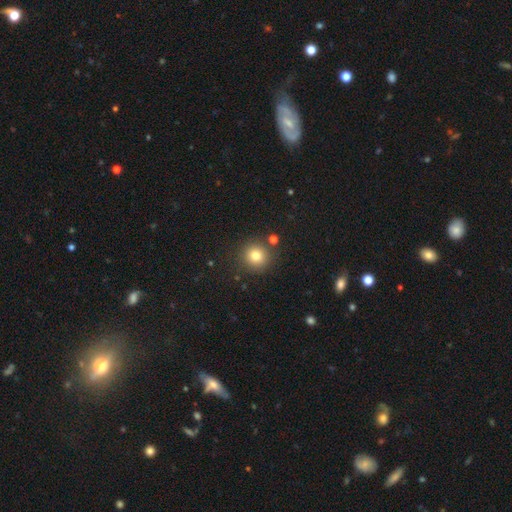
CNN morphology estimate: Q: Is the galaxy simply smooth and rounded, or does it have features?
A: smooth — 80%.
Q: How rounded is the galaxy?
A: round — 93%.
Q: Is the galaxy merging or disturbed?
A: none — 85%.